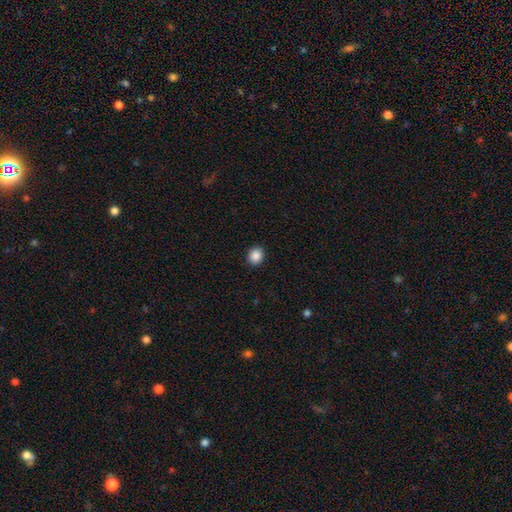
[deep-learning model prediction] A smooth galaxy with no disk features (88%) that is round (76%). Merging: none (92%).